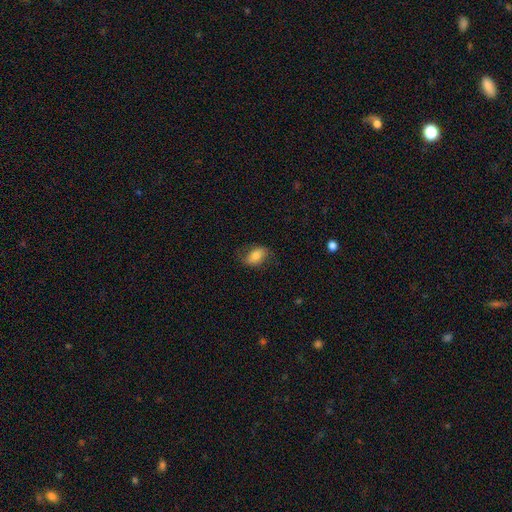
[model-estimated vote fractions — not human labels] smooth-or-featured: smooth: 72% | featured or disk: 20% | star or artifact: 8%
  how-rounded: in between: 87% | round: 11% | cigar-shaped: 2%
  merging: none: 69% | minor disturbance: 21% | major disturbance: 9% | merger: 1%